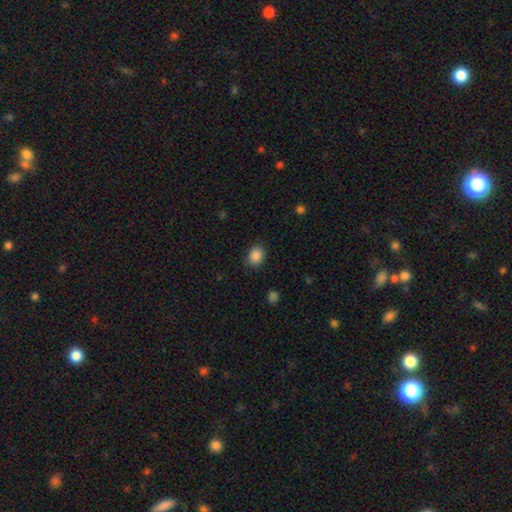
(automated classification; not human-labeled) Overall: smooth (87%). How rounded: round (52%; in between 47%). Merging: none (86%).